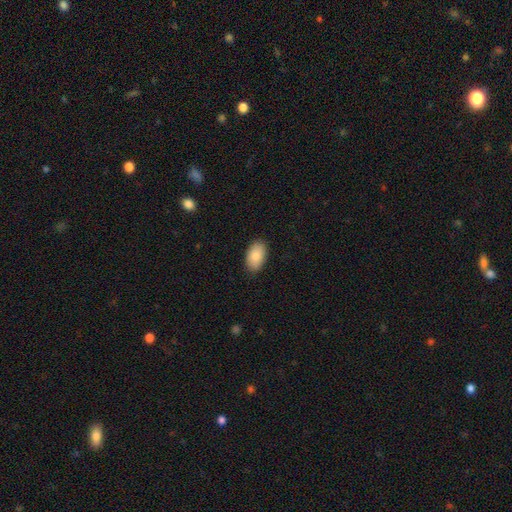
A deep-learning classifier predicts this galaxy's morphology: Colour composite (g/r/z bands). It shows a smooth galaxy with no disk features (87%) that is in between round and cigar-shaped (94%). Merging: none (88%).